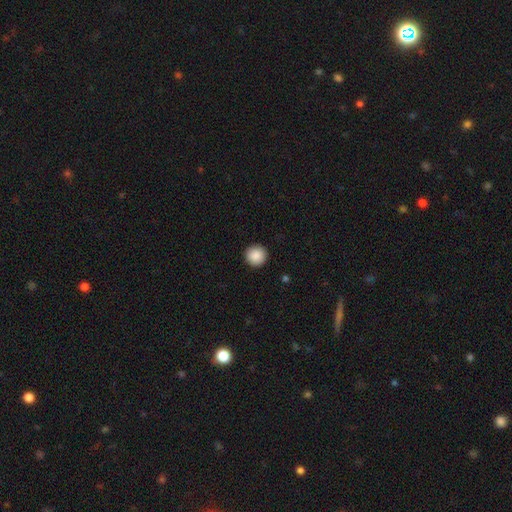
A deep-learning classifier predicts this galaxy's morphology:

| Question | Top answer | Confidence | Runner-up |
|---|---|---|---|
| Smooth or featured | smooth | 89% | star or artifact (8%) |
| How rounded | round | 96% | in between (3%) |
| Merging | none | 93% | minor disturbance (4%) |